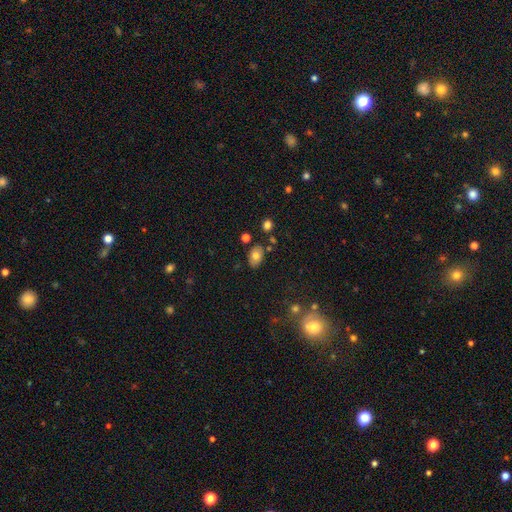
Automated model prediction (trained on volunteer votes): This appears to be a smooth galaxy with no disk features (73%) that is in between round and cigar-shaped (82%). Merging: none (79%).